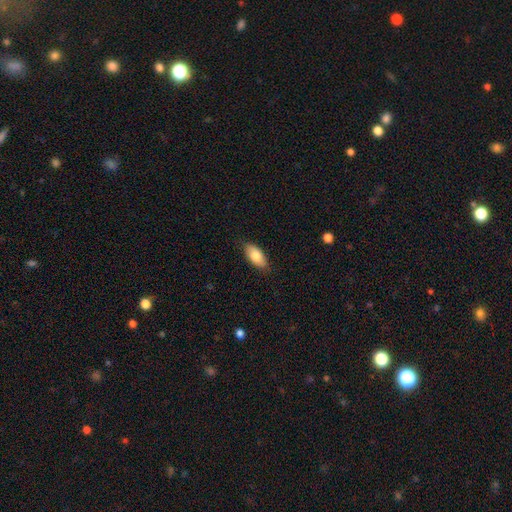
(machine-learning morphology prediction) Overall: smooth (81%). How rounded: in between (90%). Merging: none (84%).